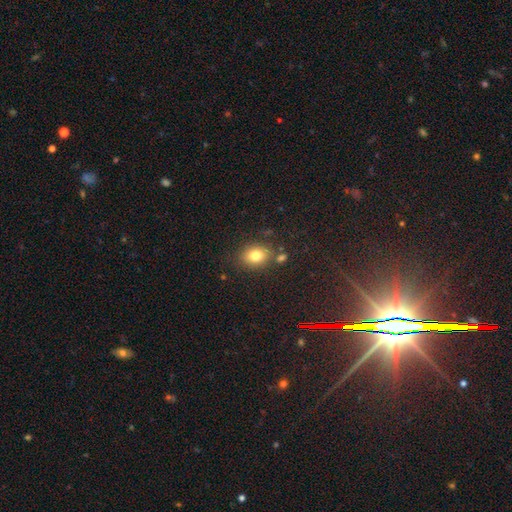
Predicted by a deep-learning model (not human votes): This appears to be a smooth galaxy with no disk features (79%) that is in between round and cigar-shaped (57%). Merging: none (78%).